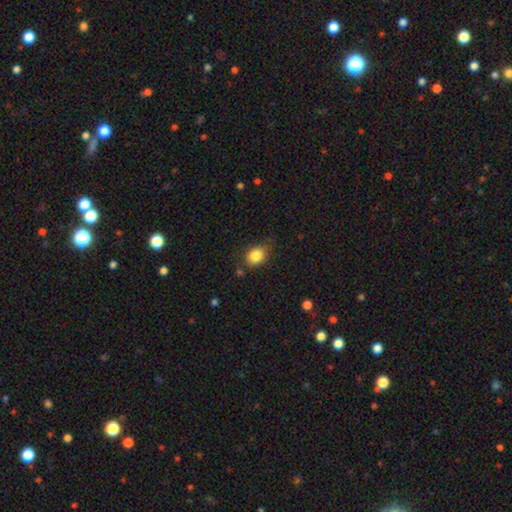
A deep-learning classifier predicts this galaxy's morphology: Smooth or featured? smooth (84%)
How rounded? in between (59%)
Merging? none (68%)